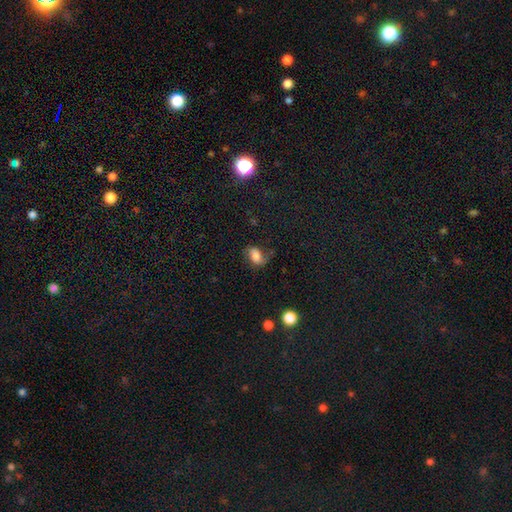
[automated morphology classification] Smooth or featured: smooth — 59% (featured or disk — 29%)
How rounded: in between — 80% (round — 18%)
Merging: none — 57% (minor disturbance — 25%)